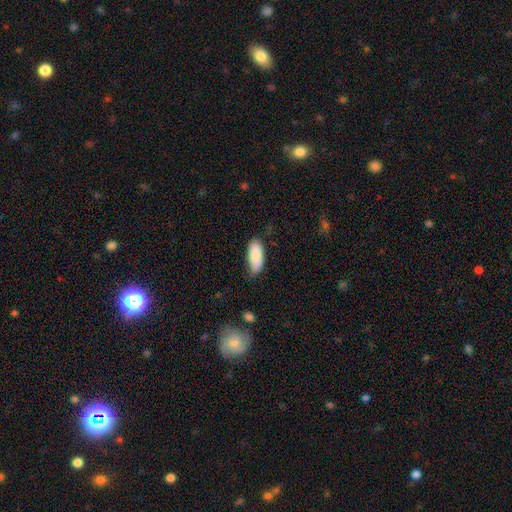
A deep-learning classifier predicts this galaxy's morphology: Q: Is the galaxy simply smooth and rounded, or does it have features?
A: smooth — 88%.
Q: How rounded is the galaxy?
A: in between — 83%.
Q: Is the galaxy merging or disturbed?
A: none — 72%.